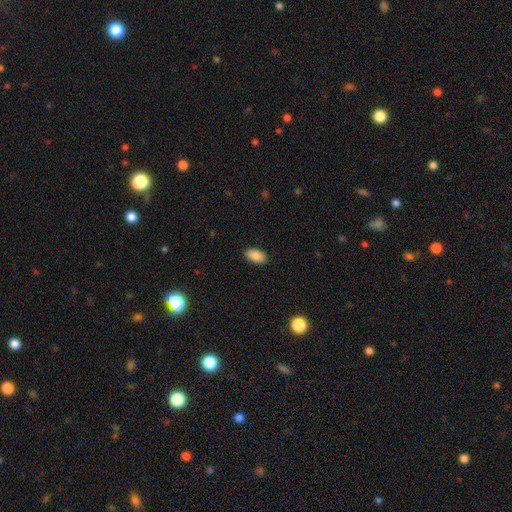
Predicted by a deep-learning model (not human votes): Smooth or featured?
  - smooth: 87% *
  - star or artifact: 7%
  - featured or disk: 6%
How rounded?
  - in between: 94% *
  - round: 3%
  - cigar-shaped: 3%
Merging?
  - none: 89% *
  - minor disturbance: 8%
  - major disturbance: 2%
  - merger: 1%